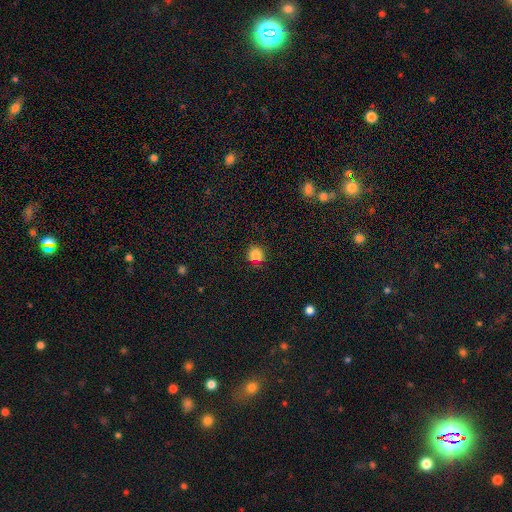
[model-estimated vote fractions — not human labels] A smooth galaxy with no disk features (83%) that is round (80%). Merging: none (80%).